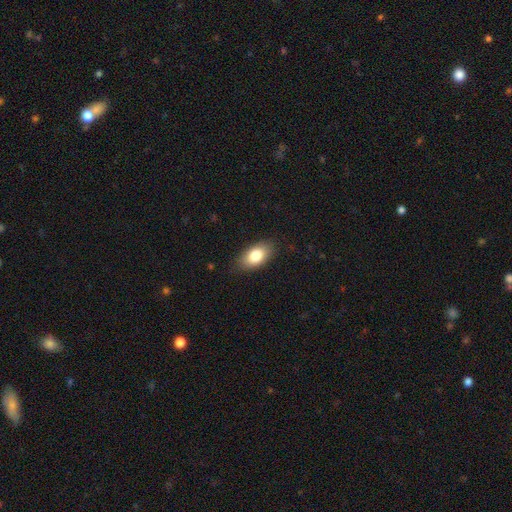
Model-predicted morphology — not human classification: This appears to be a smooth galaxy with no disk features (82%) that is in between round and cigar-shaped (92%). Merging: none (84%).